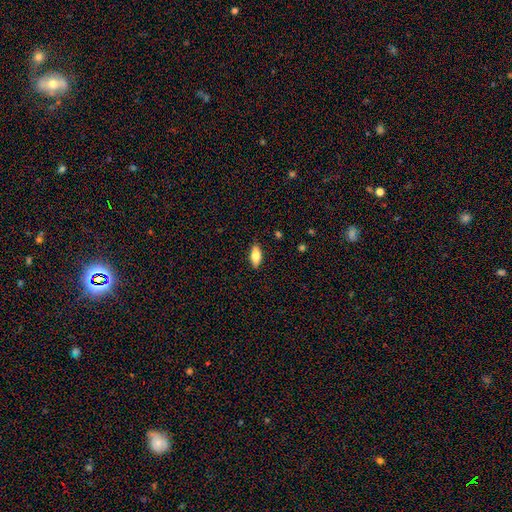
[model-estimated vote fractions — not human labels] A smooth galaxy with no disk features (79%) that is in between round and cigar-shaped (81%). Merging: none (86%).